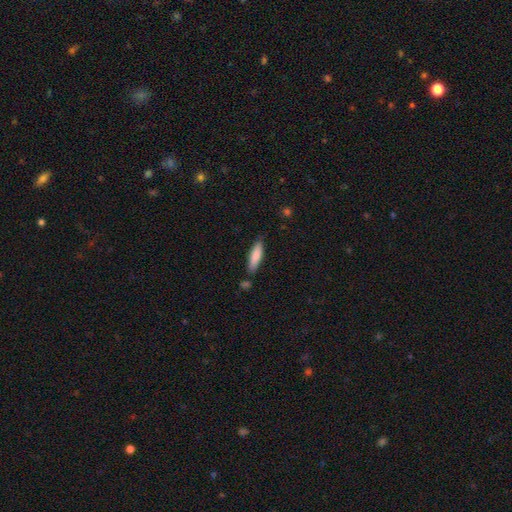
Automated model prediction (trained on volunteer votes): Overall: smooth (82%). How rounded: cigar-shaped (66%; in between 32%). Merging: none (78%).